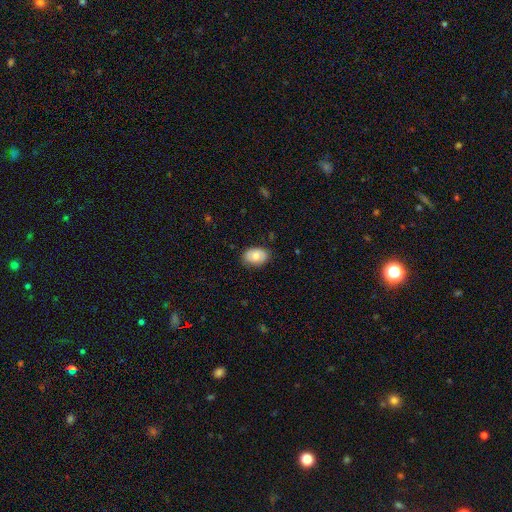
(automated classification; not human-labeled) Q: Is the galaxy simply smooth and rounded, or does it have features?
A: smooth — 75%.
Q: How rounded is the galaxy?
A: in between — 84%.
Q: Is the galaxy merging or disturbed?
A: none — 83%.